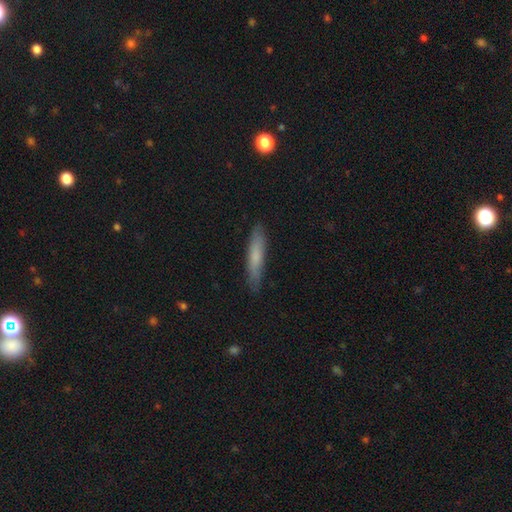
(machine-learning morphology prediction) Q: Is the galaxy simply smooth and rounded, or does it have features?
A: smooth — 70%.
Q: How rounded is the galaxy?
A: cigar-shaped — 89%.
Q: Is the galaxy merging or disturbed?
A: none — 84%.